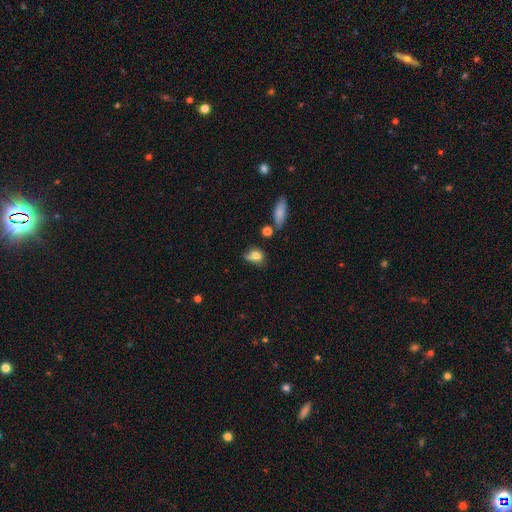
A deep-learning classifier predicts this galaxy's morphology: type=smooth (78%); roundness=in between (60%); merging=none (39%).